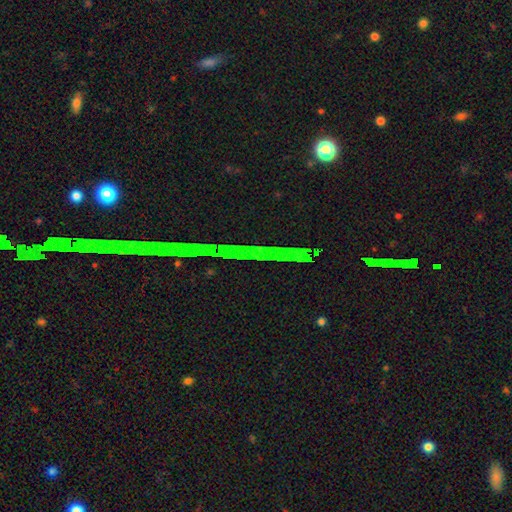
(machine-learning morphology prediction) star or artifact 82%, featured or disk 10%, smooth 8%.